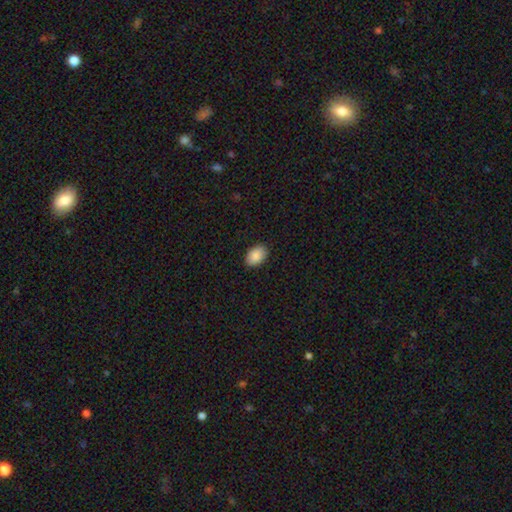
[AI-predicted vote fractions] Overall: smooth (89%). How rounded: in between (89%). Merging: none (89%).